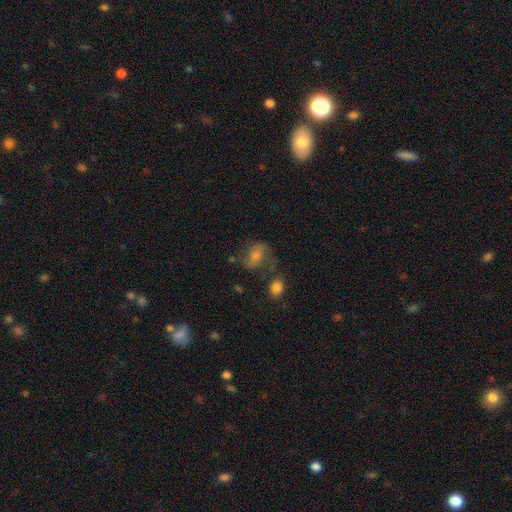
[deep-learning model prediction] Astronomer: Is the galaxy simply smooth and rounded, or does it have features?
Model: featured or disk — 55% (runner-up: smooth, 30%).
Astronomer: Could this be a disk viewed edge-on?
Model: no — 95%.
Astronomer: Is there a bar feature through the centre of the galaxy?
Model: no — 43% (runner-up: weak, 38%).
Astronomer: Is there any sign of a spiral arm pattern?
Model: yes — 79%.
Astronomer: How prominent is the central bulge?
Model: moderate — 47% (runner-up: small, 42%).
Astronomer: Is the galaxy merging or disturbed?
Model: none — 58%.